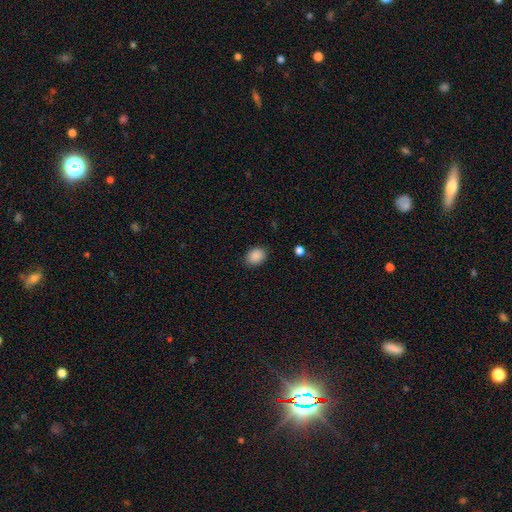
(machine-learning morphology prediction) Smooth or featured? smooth (89%)
How rounded? in between (57%)
Merging? none (86%)